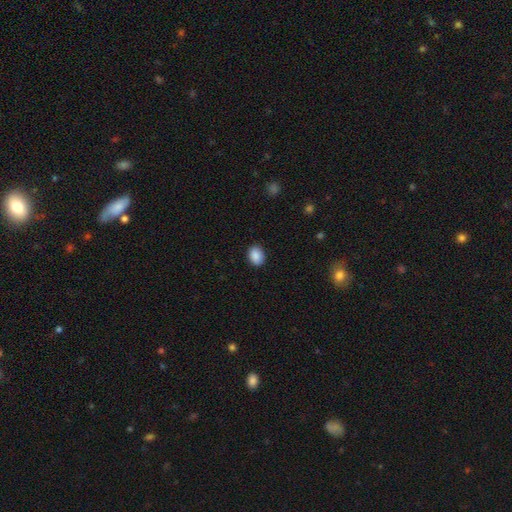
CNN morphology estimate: smooth_or_featured: smooth (p=0.89) [alt: star or artifact p=0.08]
how_rounded: in between (p=0.62) [alt: round p=0.37]
merging: none (p=0.89) [alt: minor disturbance p=0.08]